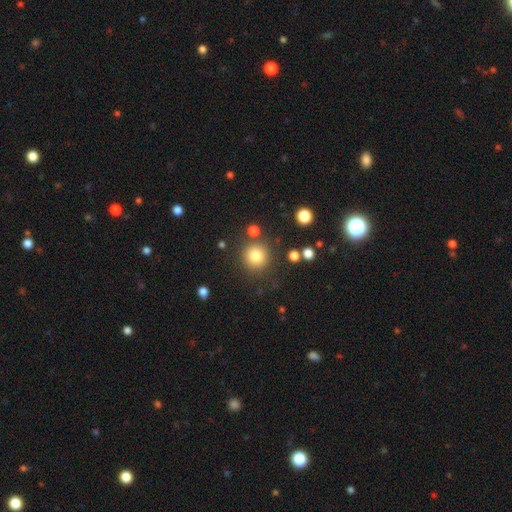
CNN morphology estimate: A smooth galaxy with no disk features (82%) that is round (93%).

Vote fractions:
- Smooth or featured? smooth: 82% / star or artifact: 12% / featured or disk: 7%
- How rounded? round: 93% / in between: 6% / cigar-shaped: 1%
- Merging? none: 83% / minor disturbance: 9% / merger: 5% / major disturbance: 3%